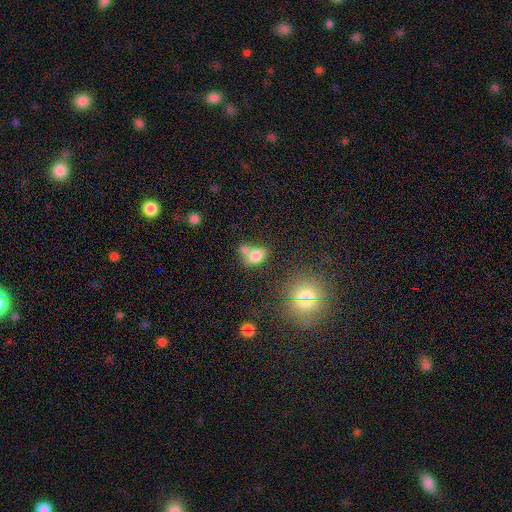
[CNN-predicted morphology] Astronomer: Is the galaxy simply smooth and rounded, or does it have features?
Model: smooth — 76%.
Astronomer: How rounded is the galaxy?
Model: in between — 74%.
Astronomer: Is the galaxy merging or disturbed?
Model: merger — 43% (runner-up: none, 39%).